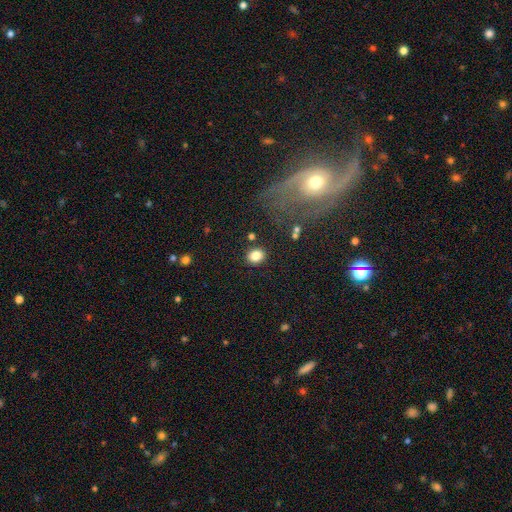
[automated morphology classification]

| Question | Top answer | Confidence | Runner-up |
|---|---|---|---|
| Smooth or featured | smooth | 83% | star or artifact (11%) |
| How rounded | round | 62% | in between (37%) |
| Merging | none | 86% | minor disturbance (8%) |